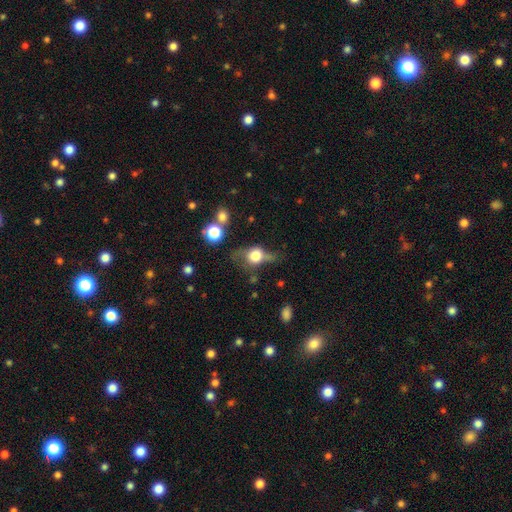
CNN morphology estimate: smooth-or-featured: smooth: 56% | featured or disk: 33% | star or artifact: 11%
  how-rounded: round: 54% | in between: 41% | cigar-shaped: 4%
  merging: none: 39% | minor disturbance: 28% | major disturbance: 26% | merger: 7%